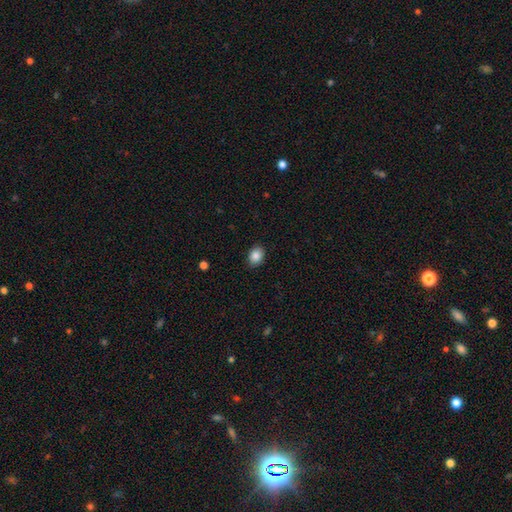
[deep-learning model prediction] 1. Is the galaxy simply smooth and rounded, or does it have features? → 87% smooth, 8% star or artifact, 5% featured or disk.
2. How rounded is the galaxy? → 66% in between, 33% round, 1% cigar-shaped.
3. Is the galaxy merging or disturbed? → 88% none, 8% minor disturbance, 2% major disturbance, 1% merger.